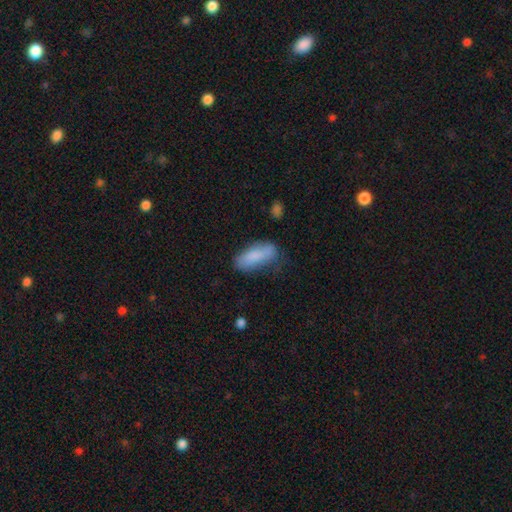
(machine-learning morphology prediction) Smooth or featured? smooth (81%)
How rounded? in between (72%)
Merging? none (55%)